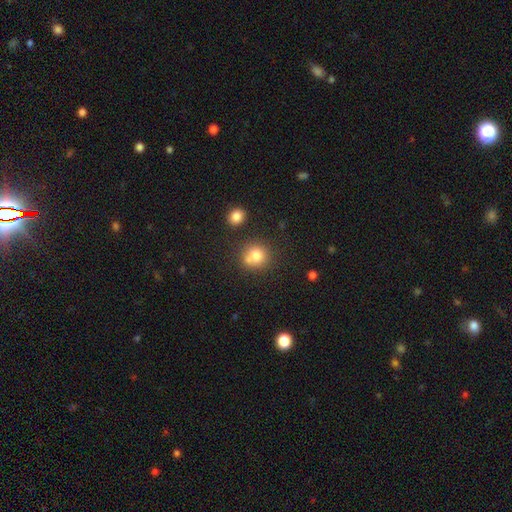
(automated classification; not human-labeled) Smooth or featured? Predicted: smooth (p=0.77). How rounded? Predicted: round (p=0.86). Merging? Predicted: none (p=0.58).